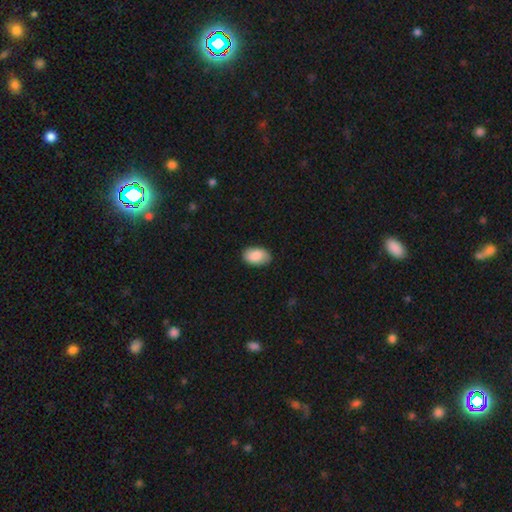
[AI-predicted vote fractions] smooth 89%, star or artifact 6%, featured or disk 5%. Down the decision tree: how rounded — in between (92%); merging — none (86%).